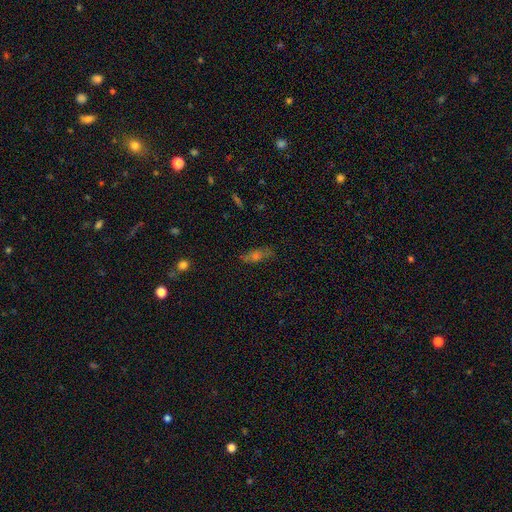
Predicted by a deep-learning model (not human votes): Q: Smooth or featured?
A: smooth (44%); runner-up: featured or disk (33%)
Q: Merging?
A: none (76%); runner-up: minor disturbance (16%)